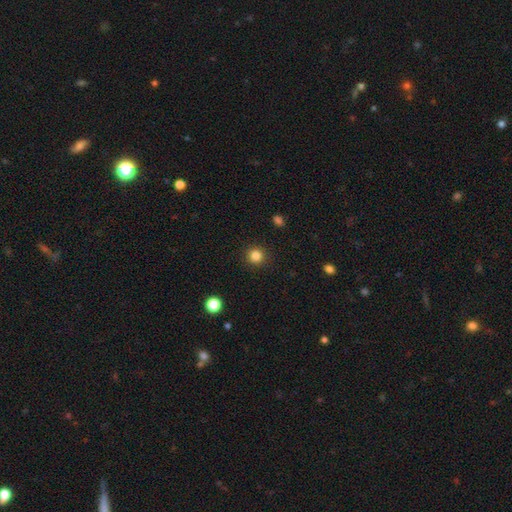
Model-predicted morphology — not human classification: Smooth or featured? Predicted: smooth (p=0.84). How rounded? Predicted: round (p=0.94). Merging? Predicted: none (p=0.92).